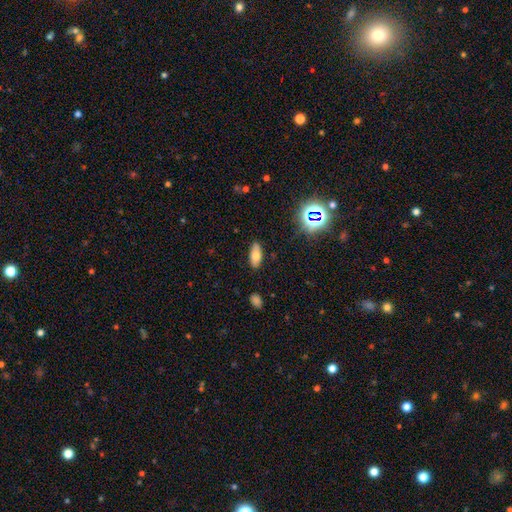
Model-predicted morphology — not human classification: Q: Smooth or featured?
A: smooth (71%); runner-up: featured or disk (17%)
Q: How rounded?
A: in between (83%); runner-up: cigar-shaped (14%)
Q: Merging?
A: none (84%); runner-up: minor disturbance (12%)